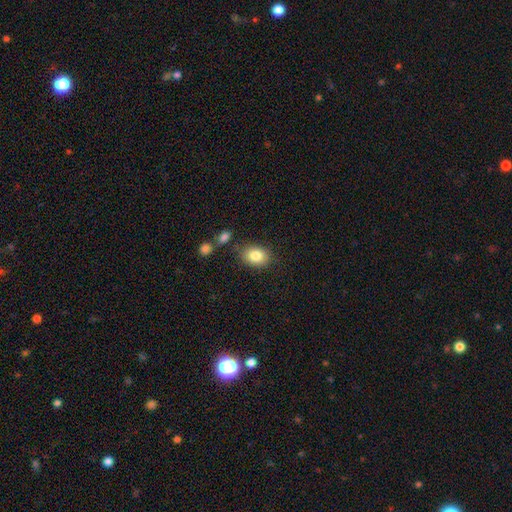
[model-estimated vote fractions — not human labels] Smooth or featured?
  - smooth: 84% *
  - star or artifact: 8%
  - featured or disk: 8%
How rounded?
  - in between: 66% *
  - round: 33%
  - cigar-shaped: 1%
Merging?
  - none: 79% *
  - minor disturbance: 12%
  - merger: 5%
  - major disturbance: 4%